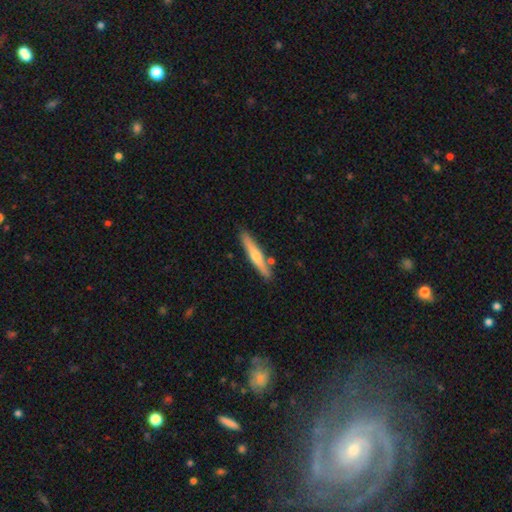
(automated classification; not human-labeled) smooth-or-featured: featured or disk: 52% | smooth: 42% | star or artifact: 5%
  disk-edge-on: yes: 95% | no: 5%
  merging: none: 86% | minor disturbance: 9% | merger: 4% | major disturbance: 2%